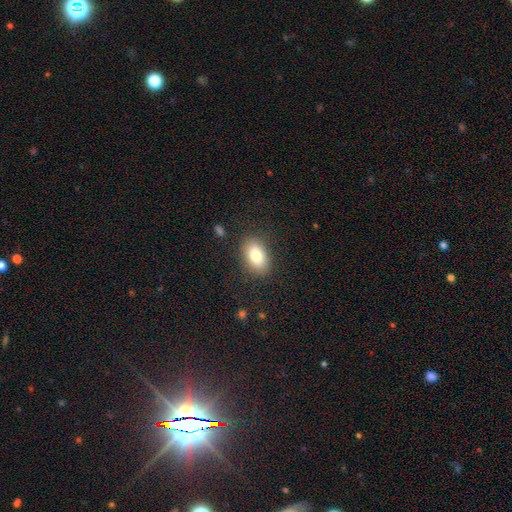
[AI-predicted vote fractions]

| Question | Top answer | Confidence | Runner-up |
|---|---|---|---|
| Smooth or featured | smooth | 81% | featured or disk (11%) |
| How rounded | in between | 88% | round (10%) |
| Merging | none | 86% | minor disturbance (10%) |